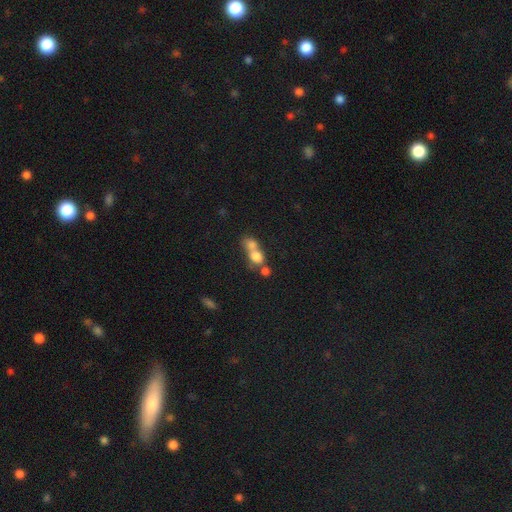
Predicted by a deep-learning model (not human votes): This appears to be a smooth galaxy with no disk features (73%) that is round (56%). Merging: merger (70%).